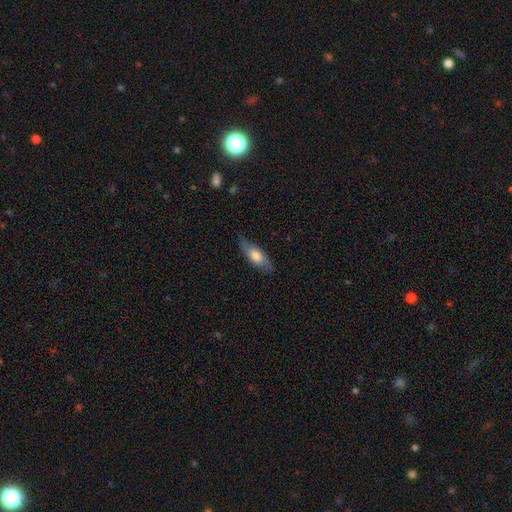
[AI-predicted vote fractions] Smooth or featured: smooth — 63% (featured or disk — 31%)
How rounded: in between — 66% (cigar-shaped — 31%)
Merging: none — 76% (minor disturbance — 19%)